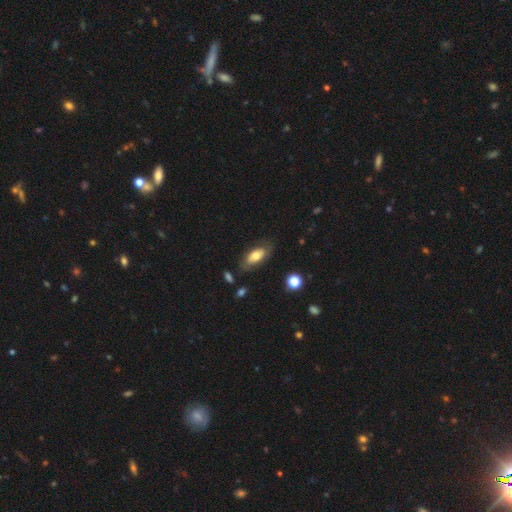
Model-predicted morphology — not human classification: Smooth or featured?
  - smooth: 69% *
  - featured or disk: 24%
  - star or artifact: 7%
How rounded?
  - in between: 86% *
  - cigar-shaped: 11%
  - round: 3%
Merging?
  - none: 75% *
  - minor disturbance: 17%
  - major disturbance: 6%
  - merger: 2%